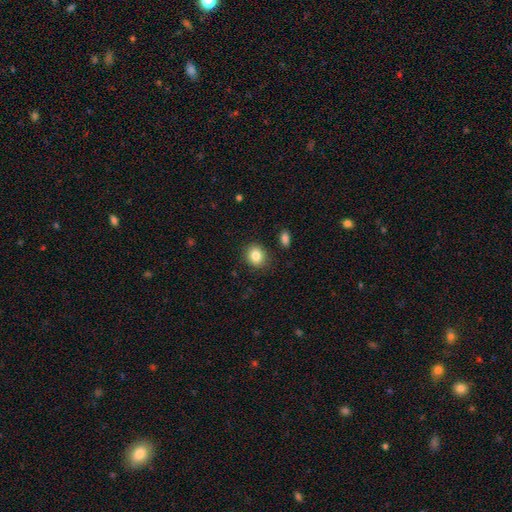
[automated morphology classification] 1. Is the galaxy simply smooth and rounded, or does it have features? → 84% smooth, 9% star or artifact, 7% featured or disk.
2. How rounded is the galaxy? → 70% round, 29% in between, 1% cigar-shaped.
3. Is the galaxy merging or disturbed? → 87% none, 9% minor disturbance, 2% major disturbance, 2% merger.